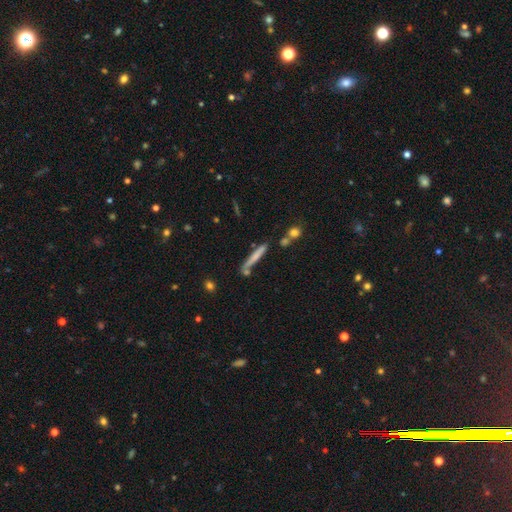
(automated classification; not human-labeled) A smooth galaxy with no disk features (62%) that is cigar-shaped (94%). Merging: none (67%).